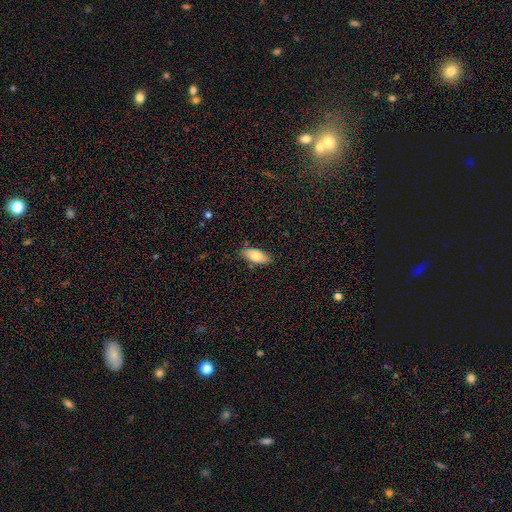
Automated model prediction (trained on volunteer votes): This is likely a smooth galaxy (75%). How rounded: clearly in between (85%). Merging: clearly none (81%).